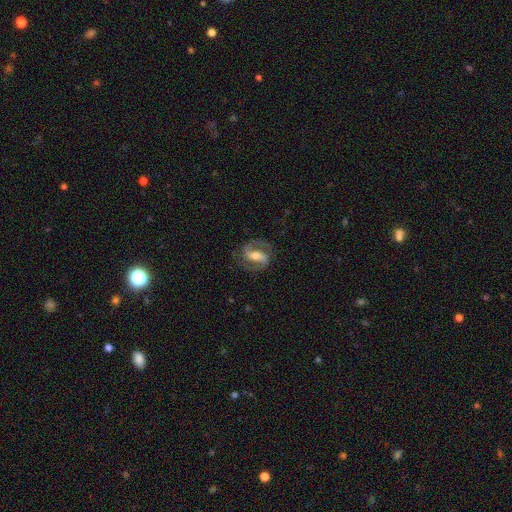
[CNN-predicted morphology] type=featured or disk (87%); edge-on=no (97%); bar=strong (52%); spiral arms=yes (96%); winding=medium (57%); arm count=2 (92%); bulge=moderate (61%); merging=none (80%).